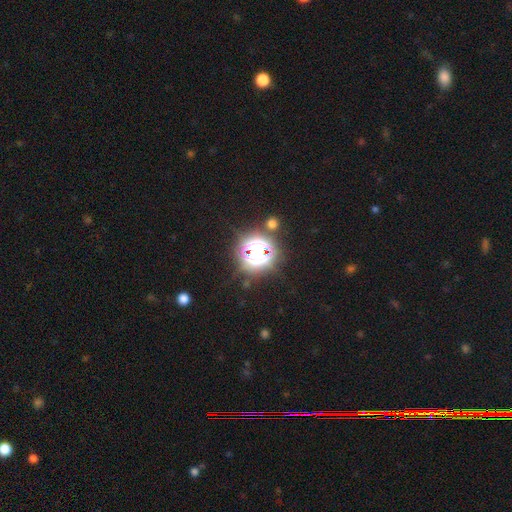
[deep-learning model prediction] Smooth or featured: star or artifact — 53% (smooth — 33%)